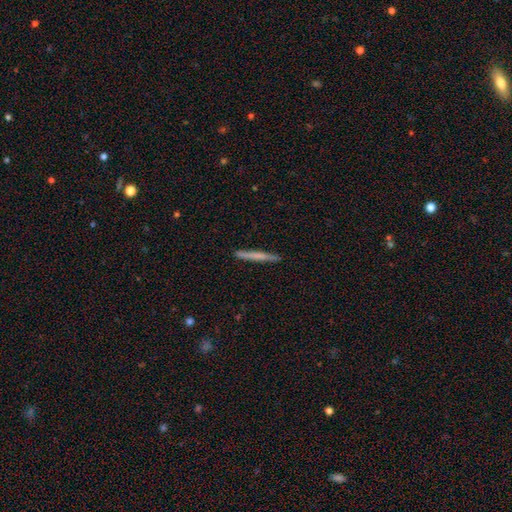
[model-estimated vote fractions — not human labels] This is likely a smooth galaxy (61%). How rounded: clearly cigar-shaped (97%). Merging: clearly none (91%).